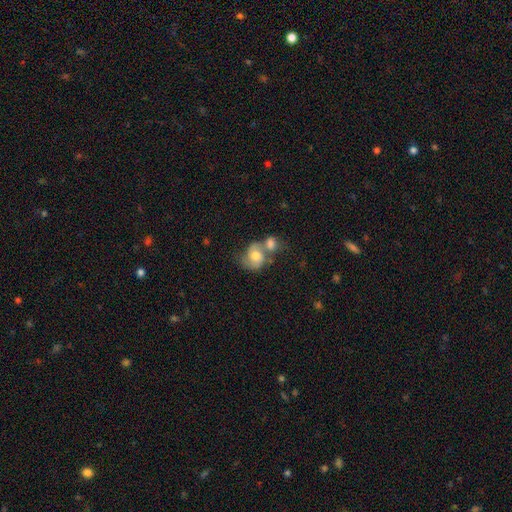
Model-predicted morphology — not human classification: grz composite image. It shows a featured or disk galaxy (52%) with no bar (68%), spiral arms (82%) and a moderate central bulge (63%). Merging: merger (55%).